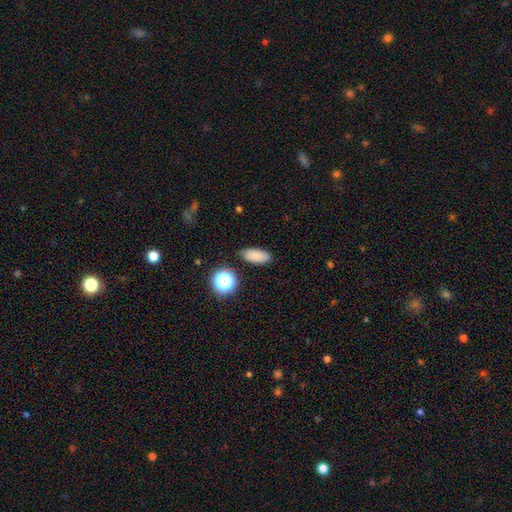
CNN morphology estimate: This is clearly a smooth galaxy (81%). How rounded: clearly in between (86%). Merging: clearly none (82%).